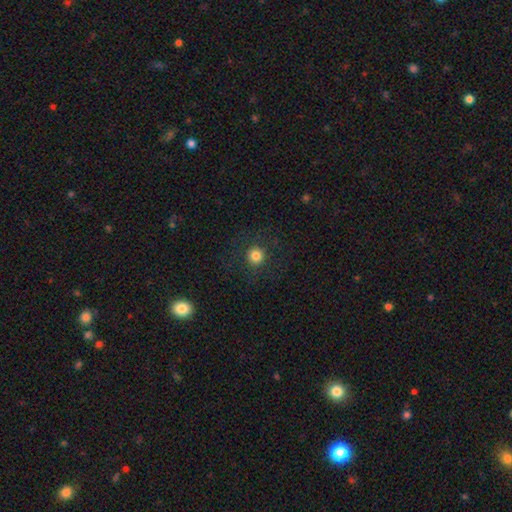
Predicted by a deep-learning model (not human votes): A smooth galaxy with no disk features (81%) that is round (94%). Merging: none (89%).